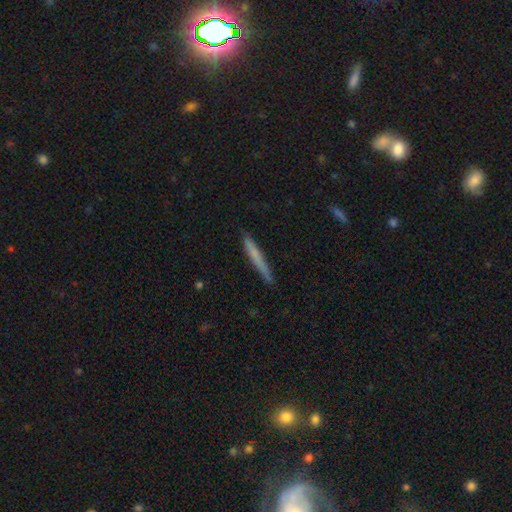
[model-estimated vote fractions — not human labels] A smooth galaxy with no disk features (66%) that is cigar-shaped (96%). Merging: none (85%).